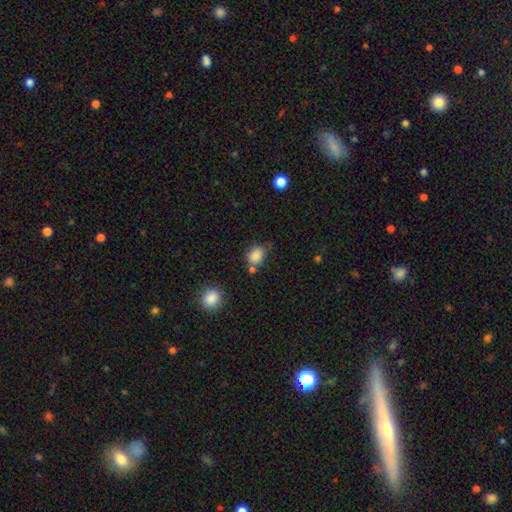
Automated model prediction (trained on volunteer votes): smooth 85%, star or artifact 10%, featured or disk 5%. Down the decision tree: how rounded — in between (51%); merging — none (61%).